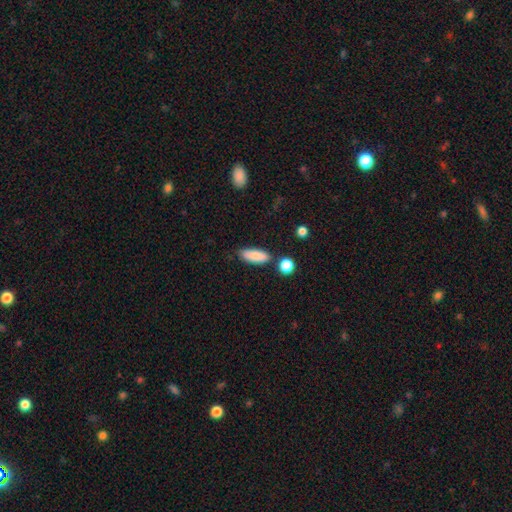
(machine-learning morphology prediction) smooth 85%, featured or disk 8%, star or artifact 7%. Down the decision tree: how rounded — in between (71%); merging — none (77%).